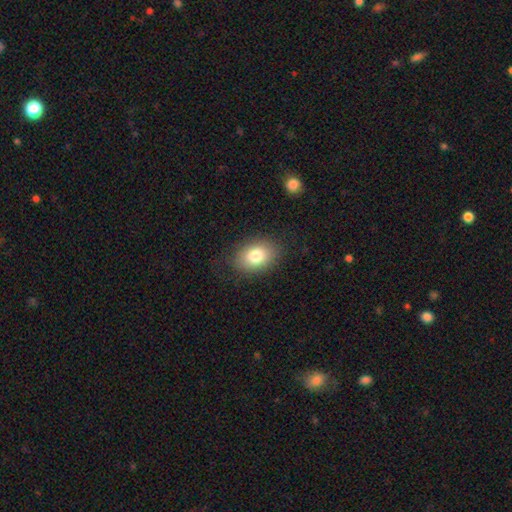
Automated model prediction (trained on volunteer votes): This is clearly a smooth galaxy (80%). How rounded: likely in between (78%). Merging: clearly none (83%).